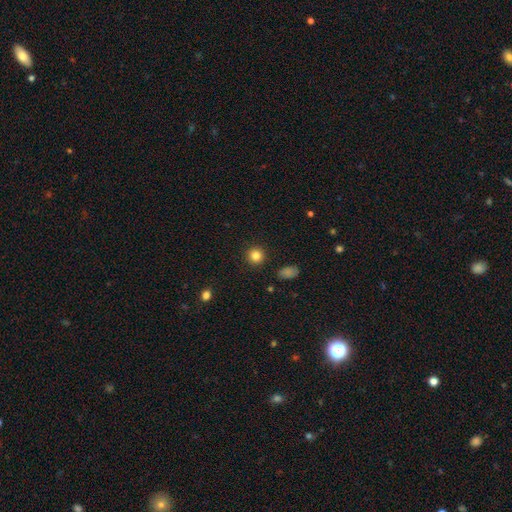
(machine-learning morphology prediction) type=smooth (84%); roundness=round (93%); merging=none (91%).